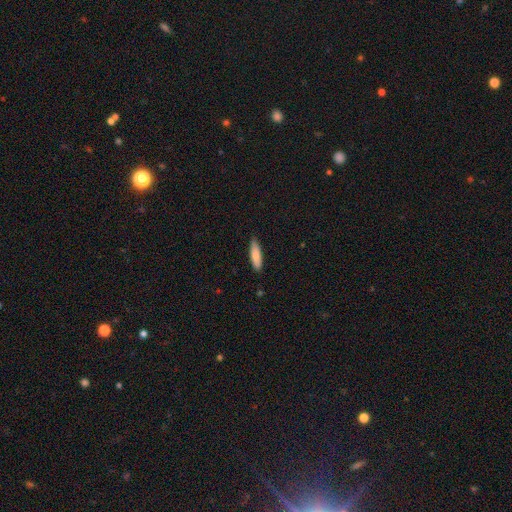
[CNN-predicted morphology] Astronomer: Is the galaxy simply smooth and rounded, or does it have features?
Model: smooth — 81%.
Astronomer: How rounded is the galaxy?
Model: cigar-shaped — 65%.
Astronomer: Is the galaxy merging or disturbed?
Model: none — 86%.